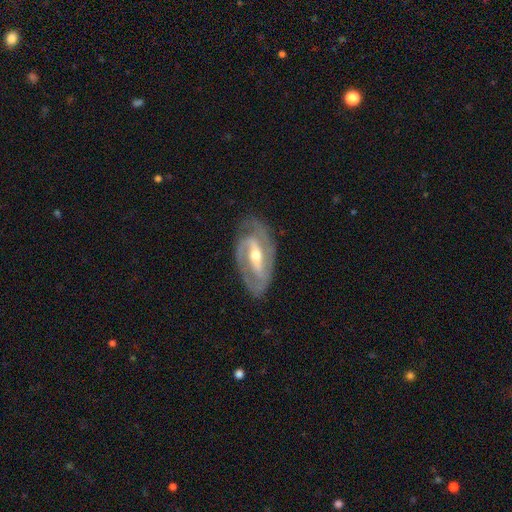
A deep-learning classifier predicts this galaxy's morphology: The model was most divided on "spiral winding": medium: 45%, tight: 42%, loose: 13%. More confident: spiral arms — yes (95%); edge-on disk — no (94%); smooth or featured — featured or disk (90%); spiral arm count — 2 (87%); merging — none (80%); bulge size — moderate (60%); bar — strong (58%).